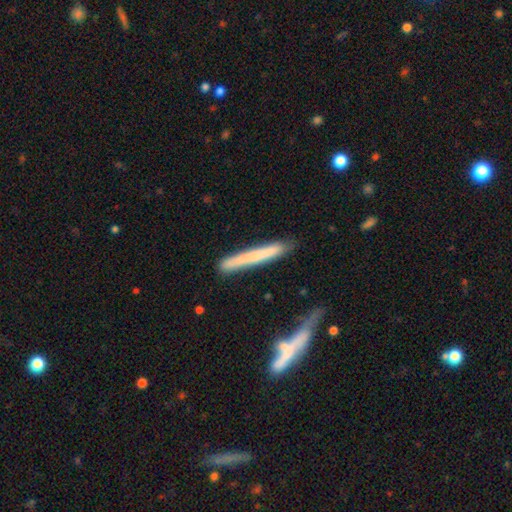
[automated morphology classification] Smooth or featured?
  - smooth: 60% *
  - featured or disk: 33%
  - star or artifact: 7%
How rounded?
  - cigar-shaped: 96% *
  - in between: 3%
  - round: 1%
Merging?
  - none: 77% *
  - minor disturbance: 15%
  - merger: 4%
  - major disturbance: 3%